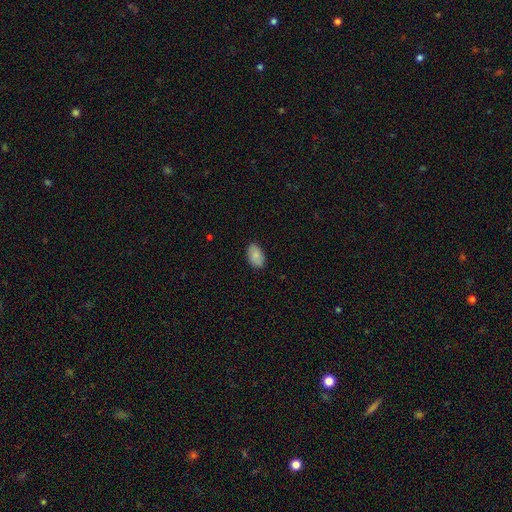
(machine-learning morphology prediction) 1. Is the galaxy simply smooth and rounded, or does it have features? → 84% smooth, 9% featured or disk, 7% star or artifact.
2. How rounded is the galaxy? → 91% in between, 7% round, 1% cigar-shaped.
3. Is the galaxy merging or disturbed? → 84% none, 12% minor disturbance, 2% major disturbance, 1% merger.